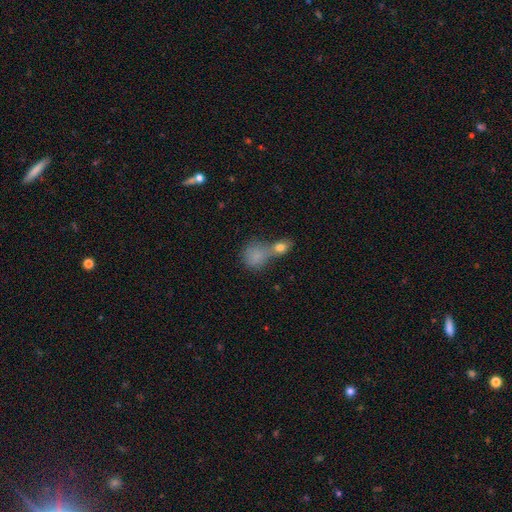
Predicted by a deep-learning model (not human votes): A smooth galaxy with no disk features (79%) that is round (63%). Merging: merger (60%).